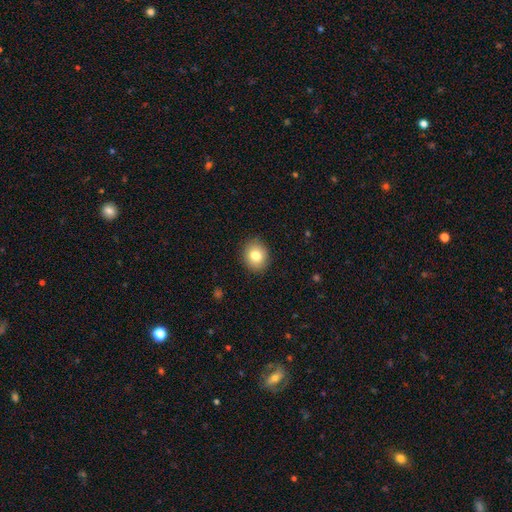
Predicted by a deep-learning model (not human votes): This appears to be a smooth galaxy with no disk features (81%) that is round (64%). Merging: none (89%).